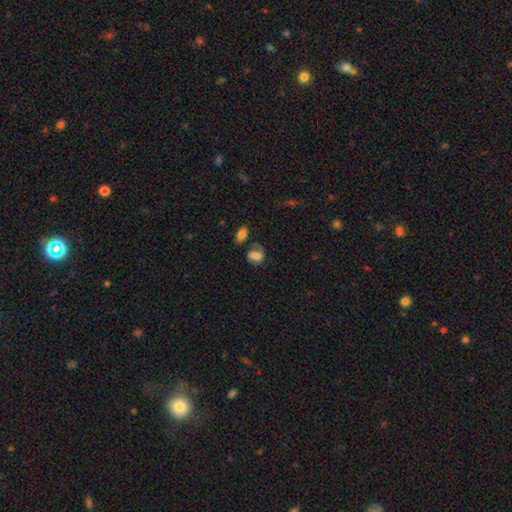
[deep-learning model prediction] smooth_or_featured: smooth (p=0.70) [alt: featured or disk p=0.19]
how_rounded: in between (p=0.74) [alt: round p=0.23]
merging: none (p=0.47) [alt: minor disturbance p=0.24]